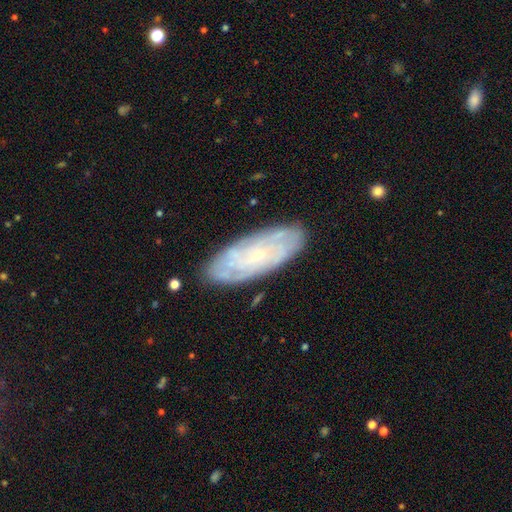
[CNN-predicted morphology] The model was most divided on "spiral arm count": can't tell: 59%, 4: 11%, 2: 10%, 3: 9%, more than 4: 7%, 1: 4%. More confident: edge-on disk — no (88%); spiral arms — yes (85%); merging — none (84%); bulge size — small (83%); bar — no (76%); spiral winding — tight (72%); smooth or featured — featured or disk (71%).